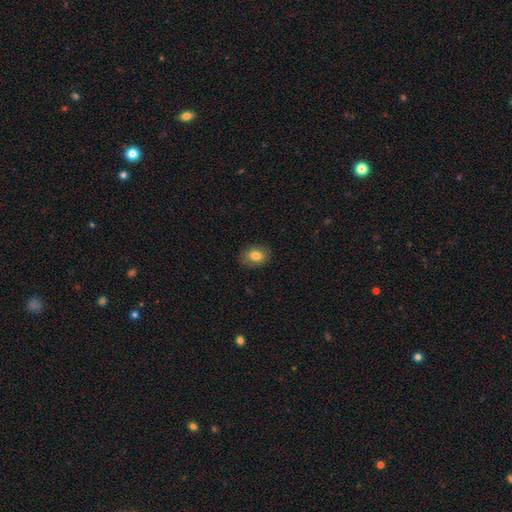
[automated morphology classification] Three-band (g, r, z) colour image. It shows a smooth galaxy with no disk features (80%) that is in between round and cigar-shaped (65%). Merging: none (84%).